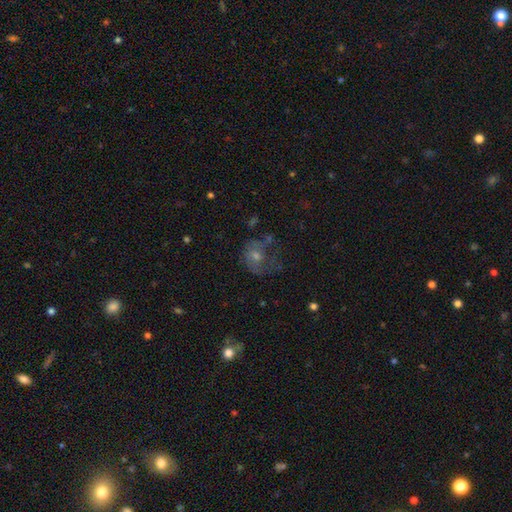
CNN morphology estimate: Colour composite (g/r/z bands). It shows a featured or disk galaxy (44%). Merging: none (39%).